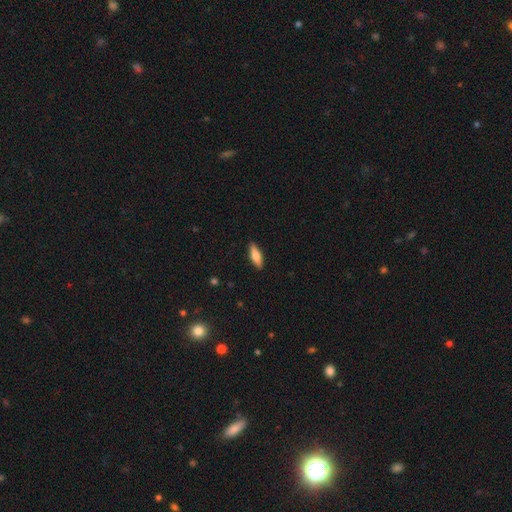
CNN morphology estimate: The model was most divided on "how rounded": in between: 54%, cigar-shaped: 44%, round: 2%. More confident: merging — none (89%); smooth or featured — smooth (67%).